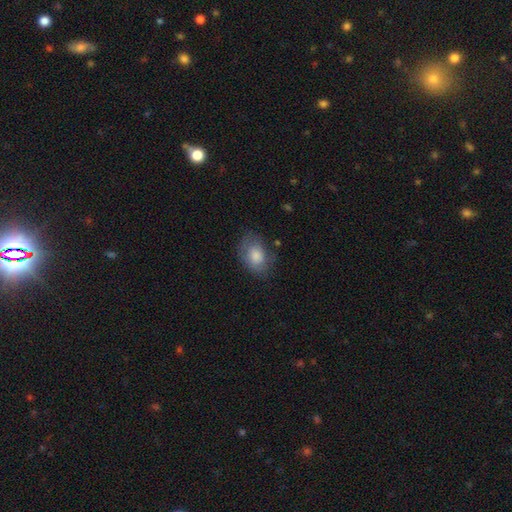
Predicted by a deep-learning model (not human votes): smooth 74%, featured or disk 18%, star or artifact 8%. Down the decision tree: how rounded — in between (78%); merging — none (67%).